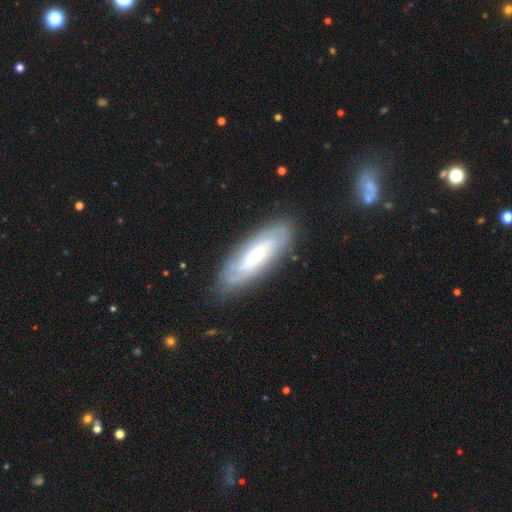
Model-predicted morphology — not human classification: Overall: featured or disk (55%; smooth 37%). Edge-on disk: no (77%). Merging: none (76%).